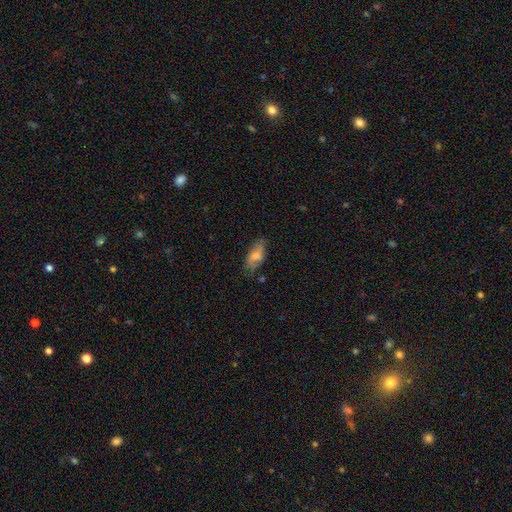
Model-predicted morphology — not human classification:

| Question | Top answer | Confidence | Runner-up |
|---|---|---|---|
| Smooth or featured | smooth | 70% | featured or disk (22%) |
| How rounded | in between | 84% | cigar-shaped (13%) |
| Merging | none | 62% | minor disturbance (27%) |